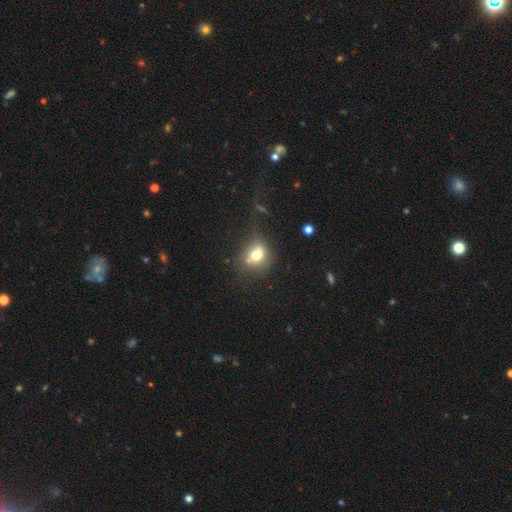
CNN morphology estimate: smooth-or-featured: smooth: 67% | featured or disk: 20% | star or artifact: 13%
  how-rounded: round: 56% | in between: 42% | cigar-shaped: 2%
  merging: none: 49% | merger: 20% | minor disturbance: 20% | major disturbance: 11%